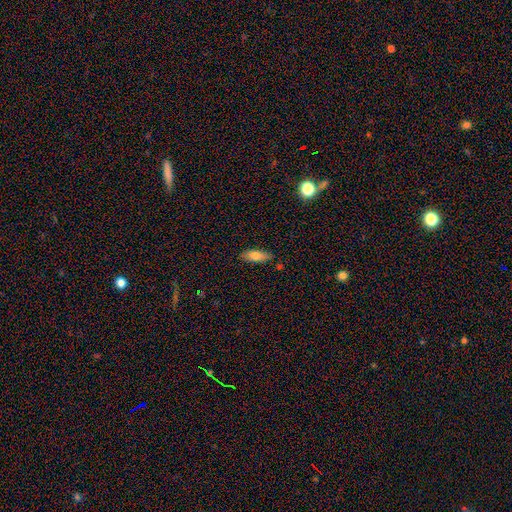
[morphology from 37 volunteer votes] Smooth or featured? smooth (78%)
How rounded? in between (69%)
Merging? none (81%)